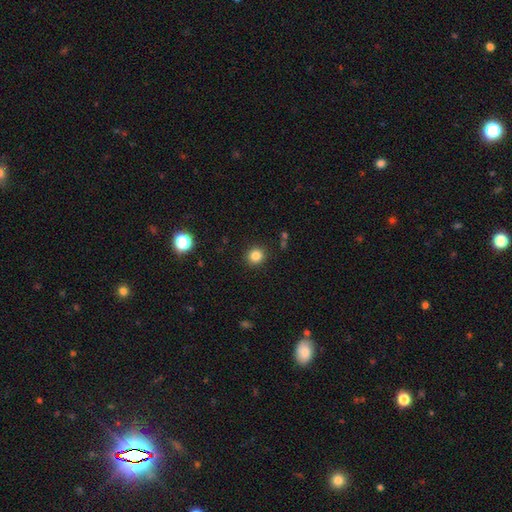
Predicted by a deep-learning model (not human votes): Morphology: type=smooth (84%); roundness=round (89%); merging=none (90%).